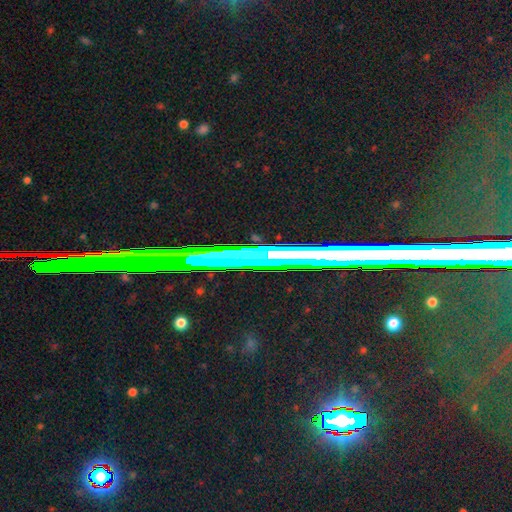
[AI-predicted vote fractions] star or artifact 61%, featured or disk 26%, smooth 13%.